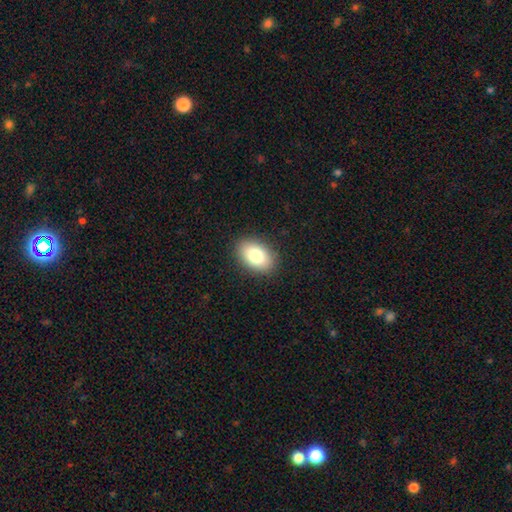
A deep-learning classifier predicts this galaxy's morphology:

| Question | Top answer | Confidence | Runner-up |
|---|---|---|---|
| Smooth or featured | smooth | 81% | featured or disk (11%) |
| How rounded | in between | 88% | round (11%) |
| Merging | none | 89% | minor disturbance (8%) |